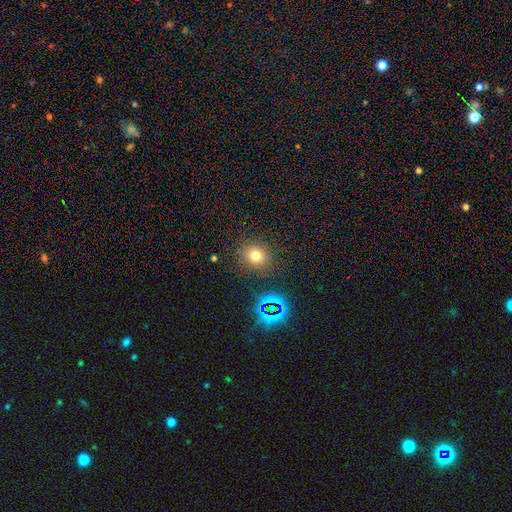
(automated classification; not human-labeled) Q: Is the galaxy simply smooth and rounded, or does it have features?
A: smooth — 70%.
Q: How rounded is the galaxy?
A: round — 80%.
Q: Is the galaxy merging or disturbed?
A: none — 85%.